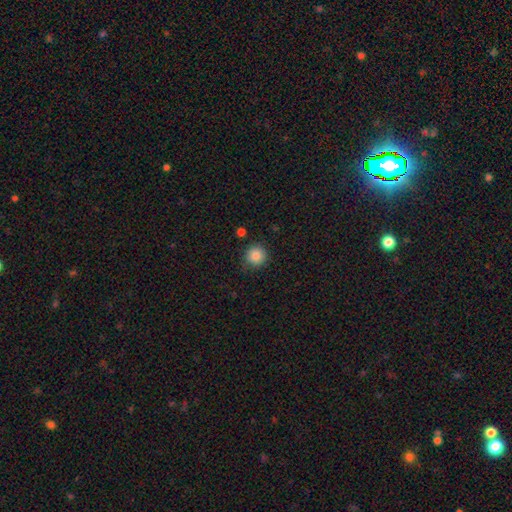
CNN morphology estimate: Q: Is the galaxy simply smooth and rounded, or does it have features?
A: smooth — 84%.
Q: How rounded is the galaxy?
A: round — 94%.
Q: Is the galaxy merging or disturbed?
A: none — 85%.